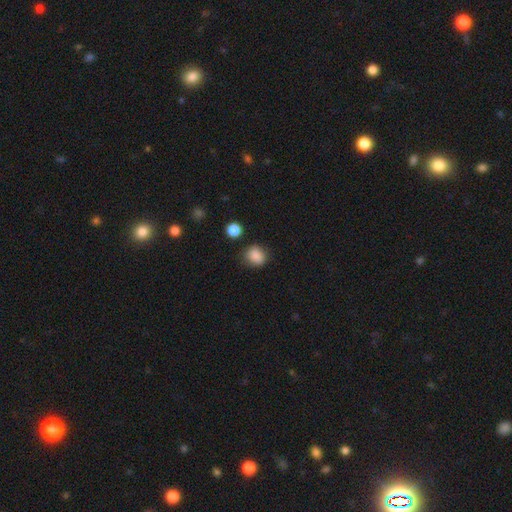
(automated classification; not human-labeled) Smooth or featured? smooth (86%)
How rounded? round (73%)
Merging? none (79%)